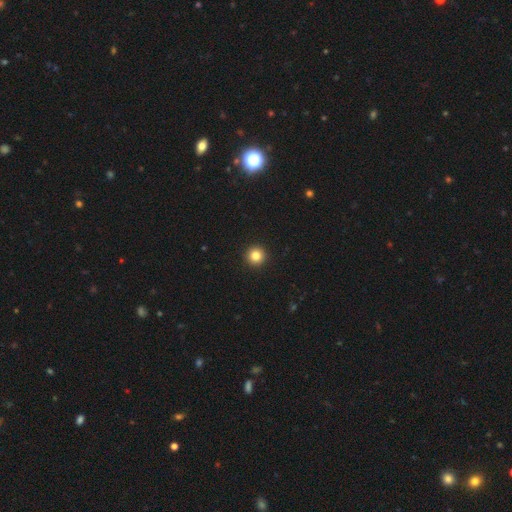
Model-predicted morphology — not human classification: Smooth or featured? smooth (83%)
How rounded? round (96%)
Merging? none (94%)